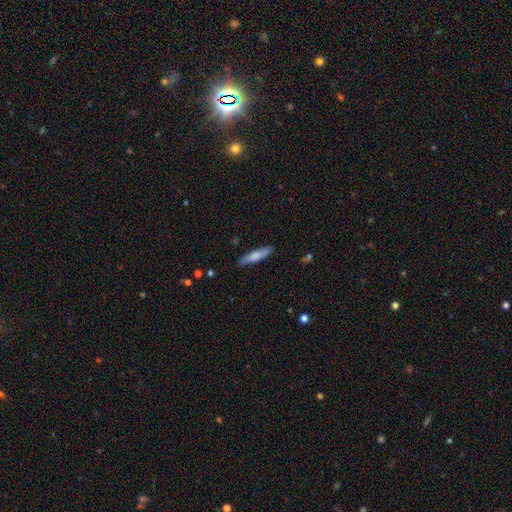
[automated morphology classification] Q: Smooth or featured?
A: smooth (71%); runner-up: featured or disk (23%)
Q: How rounded?
A: cigar-shaped (81%); runner-up: in between (18%)
Q: Merging?
A: none (85%); runner-up: minor disturbance (12%)